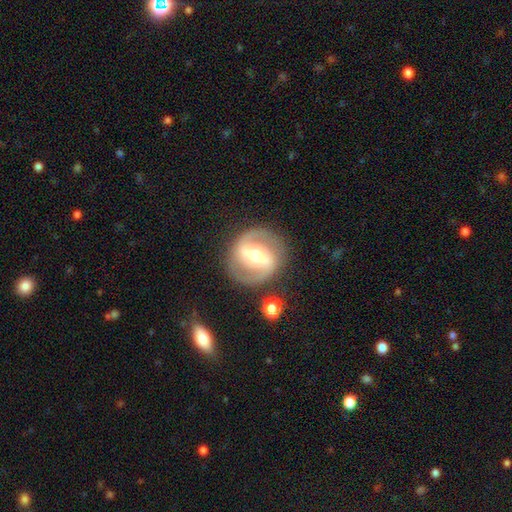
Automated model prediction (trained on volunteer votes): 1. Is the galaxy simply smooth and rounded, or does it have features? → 83% featured or disk, 12% smooth, 6% star or artifact.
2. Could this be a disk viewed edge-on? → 97% no, 3% yes.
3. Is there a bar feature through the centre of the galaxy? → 53% strong, 33% weak, 14% no.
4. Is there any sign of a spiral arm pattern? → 90% yes, 10% no.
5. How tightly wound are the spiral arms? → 53% medium, 26% tight, 22% loose.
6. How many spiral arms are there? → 91% 2, 4% can't tell, 2% 1, 1% 3, 1% 4, 1% more than 4.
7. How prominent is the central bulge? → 63% moderate, 28% small, 7% large, 1% dominant, 1% none.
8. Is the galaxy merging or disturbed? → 85% none, 9% minor disturbance, 4% major disturbance, 2% merger.